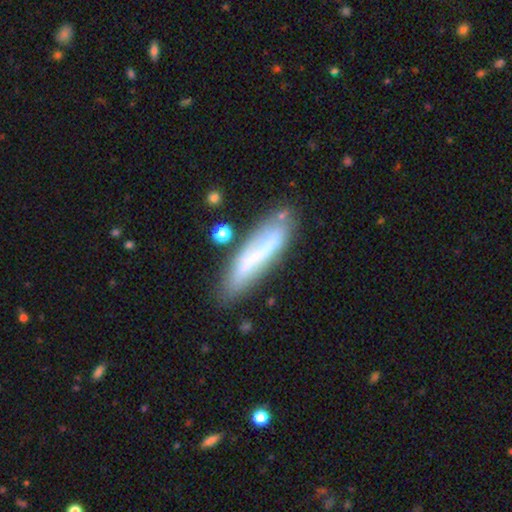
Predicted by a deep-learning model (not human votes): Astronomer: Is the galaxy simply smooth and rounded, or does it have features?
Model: smooth — 47% (runner-up: featured or disk, 44%).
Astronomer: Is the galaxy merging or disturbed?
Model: none — 60%.